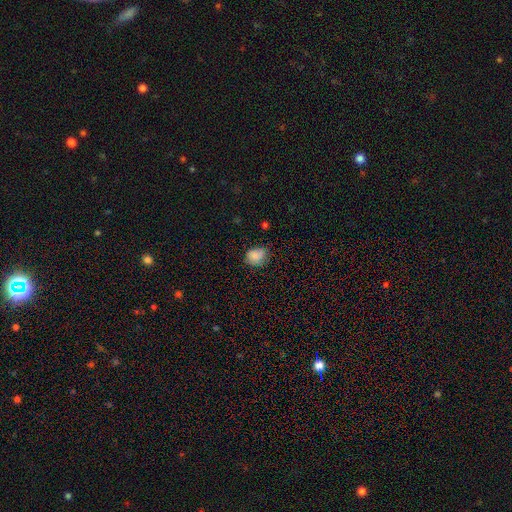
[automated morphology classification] smooth 83%, star or artifact 10%, featured or disk 7%. Down the decision tree: how rounded — in between (51%); merging — none (61%).